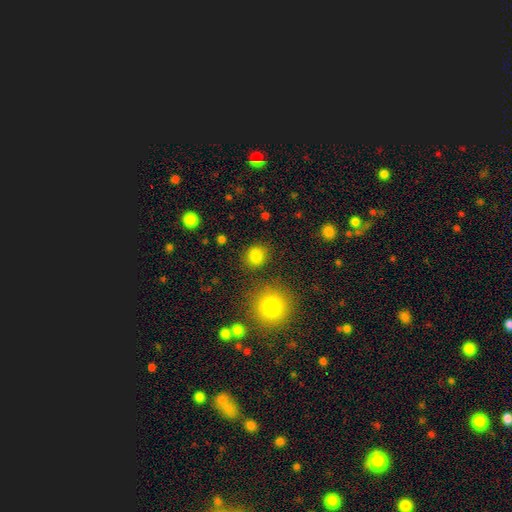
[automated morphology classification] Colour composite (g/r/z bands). It shows a smooth galaxy with no disk features (83%) that is round (74%). Merging: none (82%).